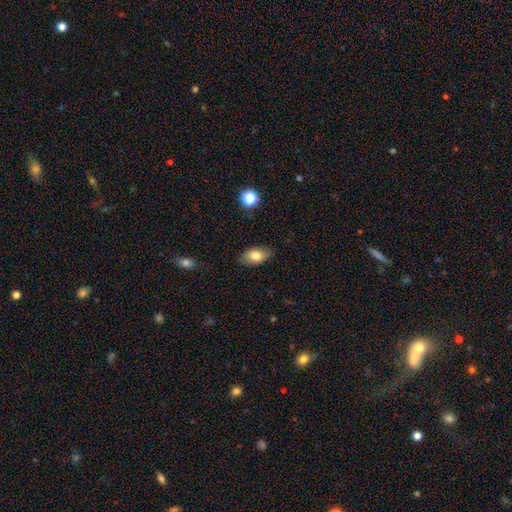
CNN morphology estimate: Overall: smooth (79%). How rounded: in between (91%). Merging: none (84%).